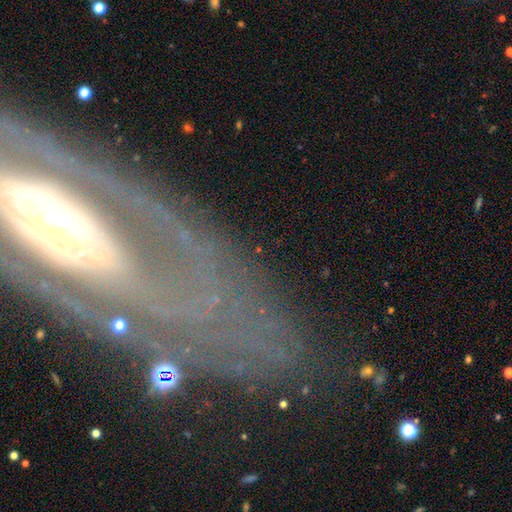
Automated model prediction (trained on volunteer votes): smooth-or-featured: featured or disk: 80% | smooth: 11% | star or artifact: 9%
  disk-edge-on: no: 84% | yes: 16%
    bar: no: 47% | strong: 28% | weak: 25%
    has-spiral-arms: yes: 70% | no: 30%
    bulge-size: moderate: 52% | small: 26% | large: 16% | dominant: 4% | none: 2%
  merging: none: 70% | minor disturbance: 15% | major disturbance: 12% | merger: 3%